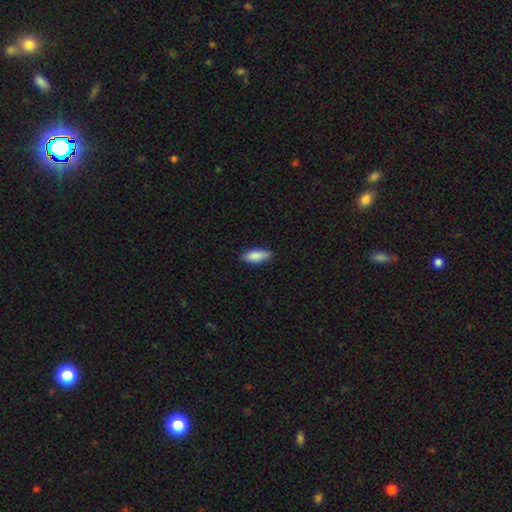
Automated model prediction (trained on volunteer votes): Morphology: type=smooth (85%); roundness=in between (75%); merging=none (84%).